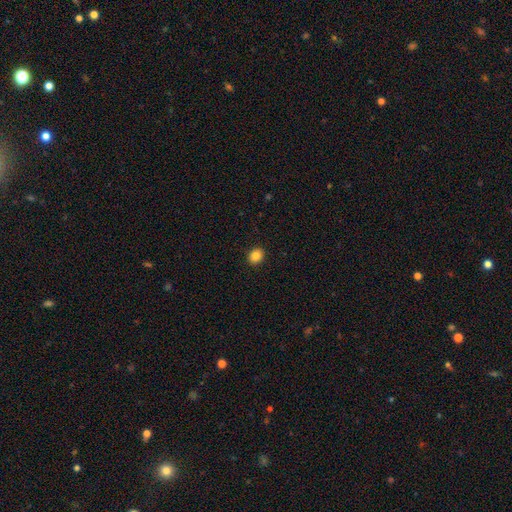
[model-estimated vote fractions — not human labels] Overall: smooth (85%). How rounded: round (60%; in between 40%). Merging: none (92%).